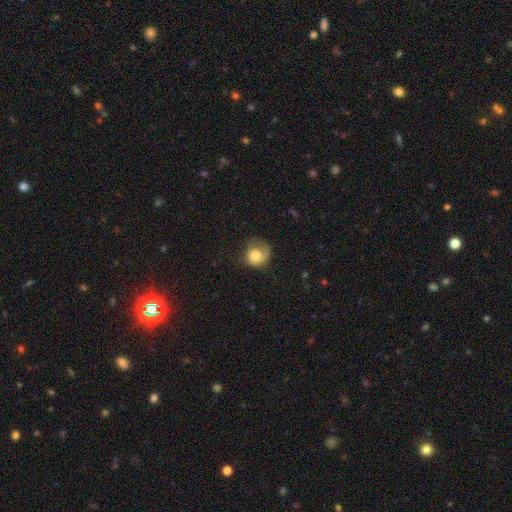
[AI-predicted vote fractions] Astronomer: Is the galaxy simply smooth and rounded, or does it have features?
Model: smooth — 72%.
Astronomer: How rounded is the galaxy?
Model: round — 78%.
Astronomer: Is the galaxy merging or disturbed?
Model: none — 46% (runner-up: minor disturbance, 30%).